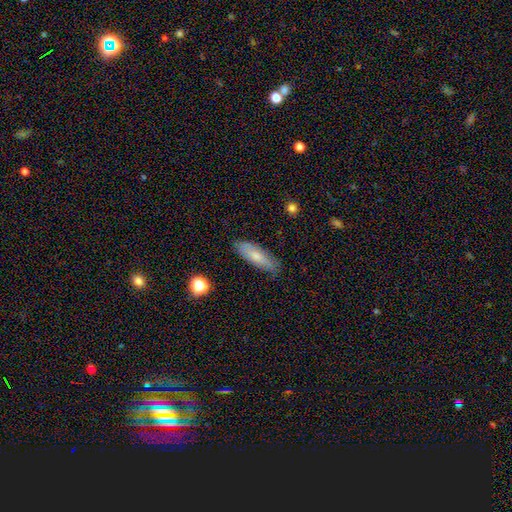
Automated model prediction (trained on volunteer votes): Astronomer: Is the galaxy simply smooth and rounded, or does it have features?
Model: smooth — 68%.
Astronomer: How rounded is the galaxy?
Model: in between — 56% (runner-up: cigar-shaped, 42%).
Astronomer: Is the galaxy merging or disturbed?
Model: none — 79%.